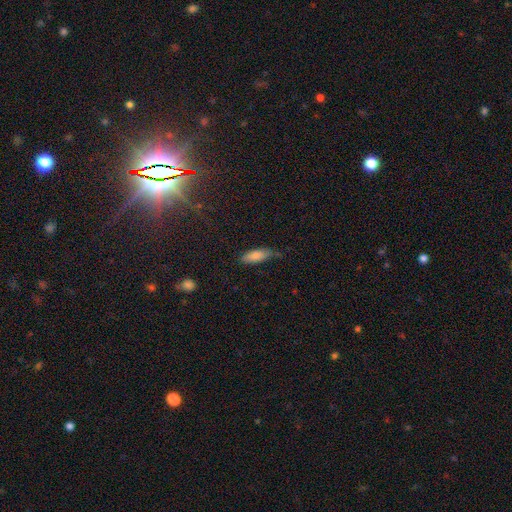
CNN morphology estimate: smooth 83%, featured or disk 10%, star or artifact 7%. Down the decision tree: how rounded — in between (63%); merging — none (66%).